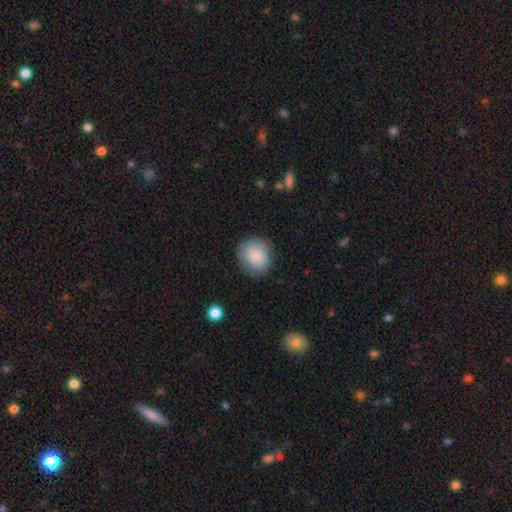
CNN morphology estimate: Smooth or featured? smooth (86%)
How rounded? round (70%)
Merging? none (80%)